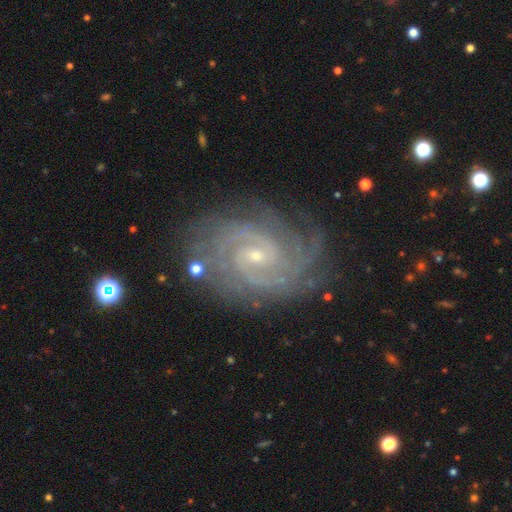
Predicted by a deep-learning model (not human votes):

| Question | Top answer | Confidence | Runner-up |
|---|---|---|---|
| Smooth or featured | featured or disk | 91% | star or artifact (6%) |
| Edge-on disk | no | 98% | yes (2%) |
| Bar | no | 50% | weak (38%) |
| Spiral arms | yes | 99% | no (1%) |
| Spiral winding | tight | 74% | medium (23%) |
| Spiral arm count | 2 | 29% | 3 (19%) |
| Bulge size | small | 78% | moderate (18%) |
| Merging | none | 79% | minor disturbance (15%) |